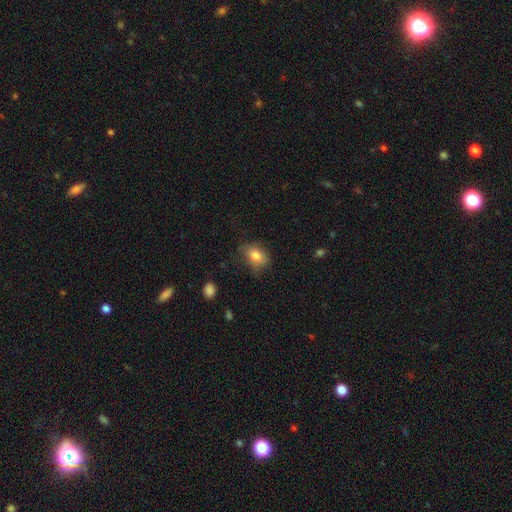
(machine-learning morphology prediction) smooth_or_featured: smooth (p=0.80) [alt: featured or disk p=0.10]
how_rounded: in between (p=0.75) [alt: round p=0.24]
merging: none (p=0.63) [alt: minor disturbance p=0.26]